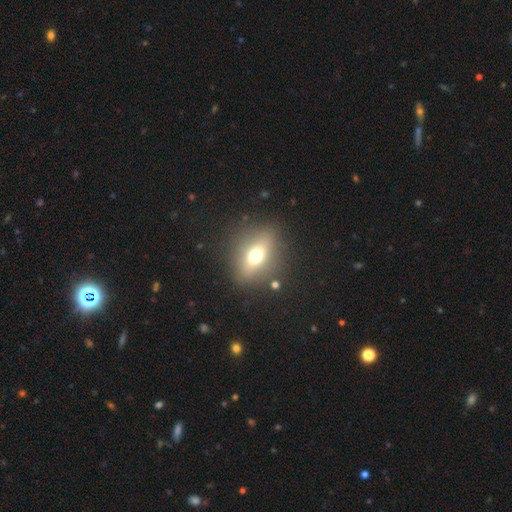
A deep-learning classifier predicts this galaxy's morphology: Smooth or featured: smooth — 57% (featured or disk — 30%)
How rounded: in between — 55% (round — 36%)
Merging: none — 84% (minor disturbance — 10%)